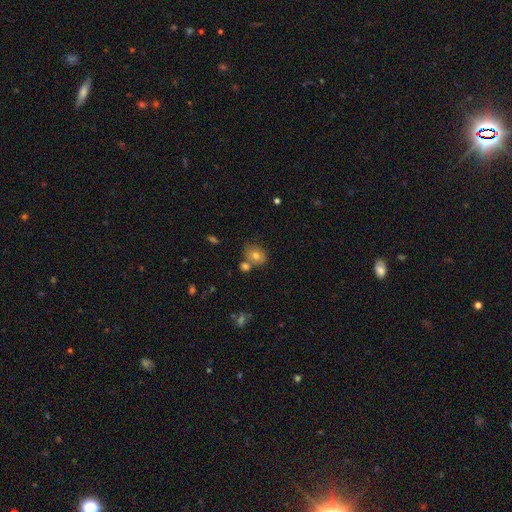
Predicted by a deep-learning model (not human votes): smooth-or-featured: smooth: 73% | featured or disk: 16% | star or artifact: 11%
  how-rounded: round: 54% | in between: 45% | cigar-shaped: 1%
  merging: none: 55% | merger: 27% | minor disturbance: 14% | major disturbance: 4%